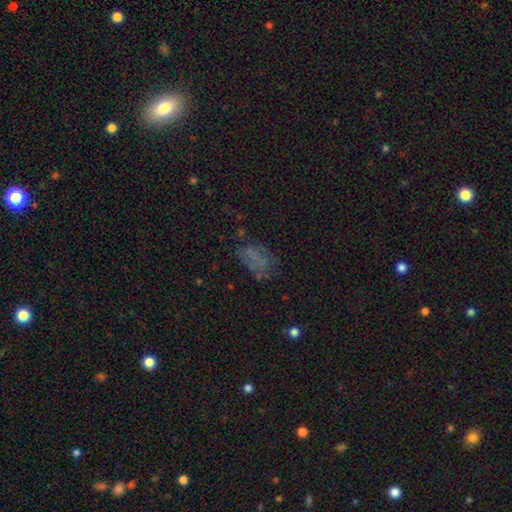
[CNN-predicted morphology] Smooth or featured? smooth (46%)
Merging? none (55%)